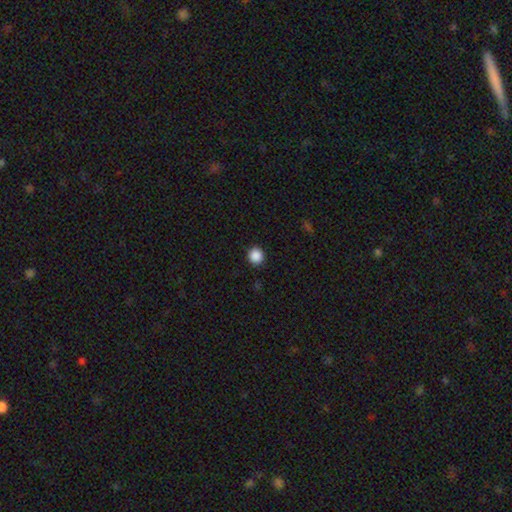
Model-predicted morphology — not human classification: This appears to be a smooth galaxy with no disk features (88%) that is round (92%). Merging: none (92%).